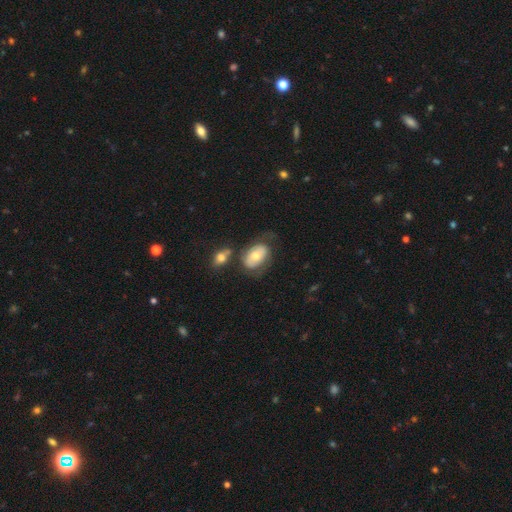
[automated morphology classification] Smooth or featured?
  - smooth: 58% *
  - featured or disk: 35%
  - star or artifact: 7%
How rounded?
  - in between: 87% *
  - round: 11%
  - cigar-shaped: 1%
Merging?
  - none: 45% *
  - minor disturbance: 22%
  - merger: 17%
  - major disturbance: 17%